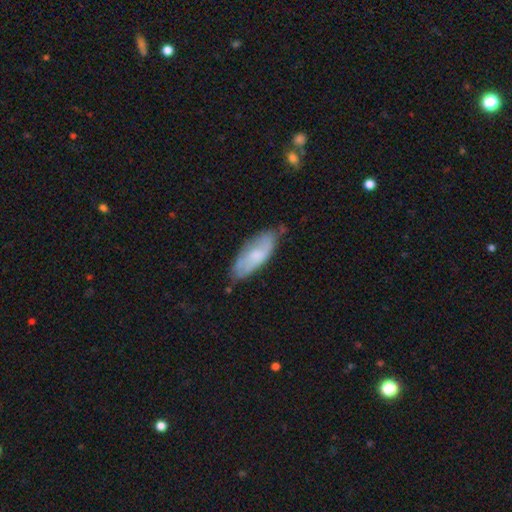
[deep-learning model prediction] Morphology: type=smooth (57%); roundness=in between (71%); merging=none (66%).